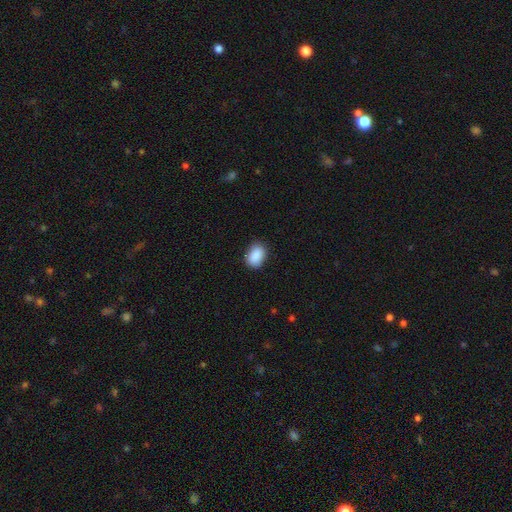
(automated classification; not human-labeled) Smooth or featured? smooth (90%)
How rounded? in between (83%)
Merging? none (83%)